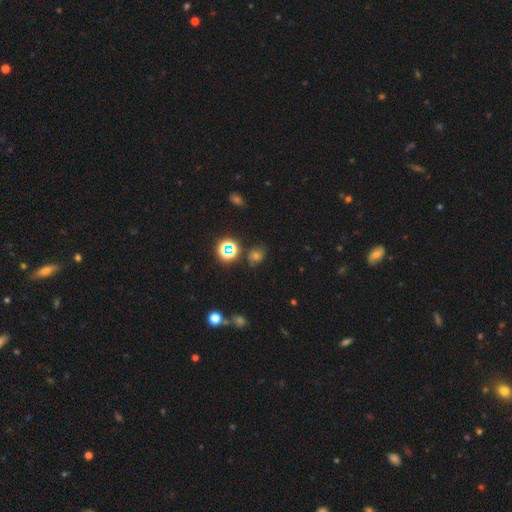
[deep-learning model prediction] Q: Smooth or featured?
A: smooth (48%); runner-up: star or artifact (43%)
Q: Merging?
A: none (78%); runner-up: minor disturbance (12%)